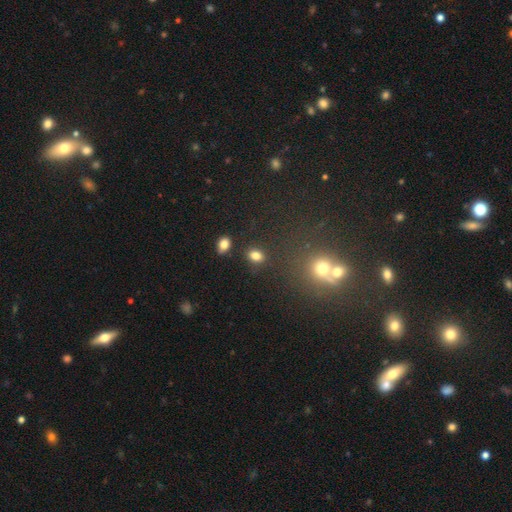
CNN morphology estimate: Smooth or featured: smooth — 82% (star or artifact — 11%)
How rounded: in between — 68% (round — 30%)
Merging: none — 80% (minor disturbance — 10%)